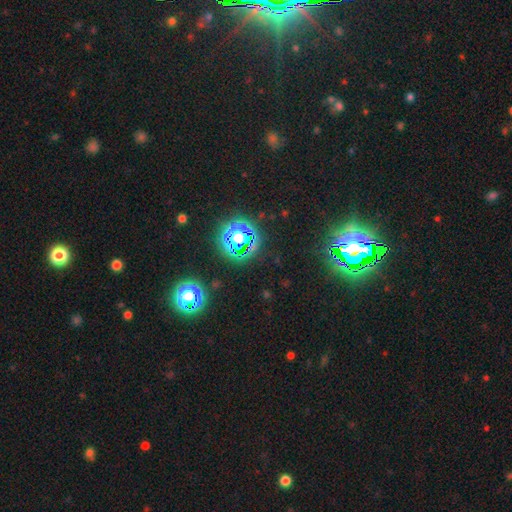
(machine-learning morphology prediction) This appears to be a star or artifact, not a galaxy (80%).